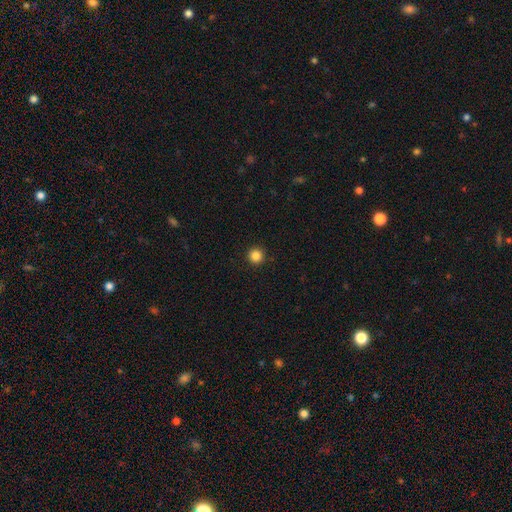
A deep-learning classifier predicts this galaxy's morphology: Smooth or featured: smooth — 85% (star or artifact — 12%)
How rounded: round — 96% (in between — 3%)
Merging: none — 93% (minor disturbance — 4%)